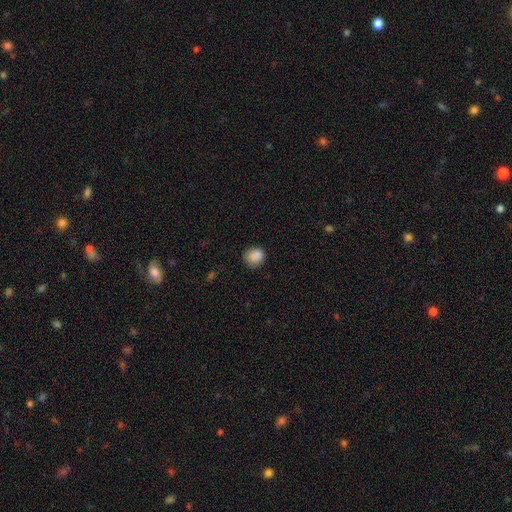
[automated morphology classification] Smooth or featured: smooth — 87% (star or artifact — 9%)
How rounded: round — 84% (in between — 15%)
Merging: none — 79% (minor disturbance — 17%)